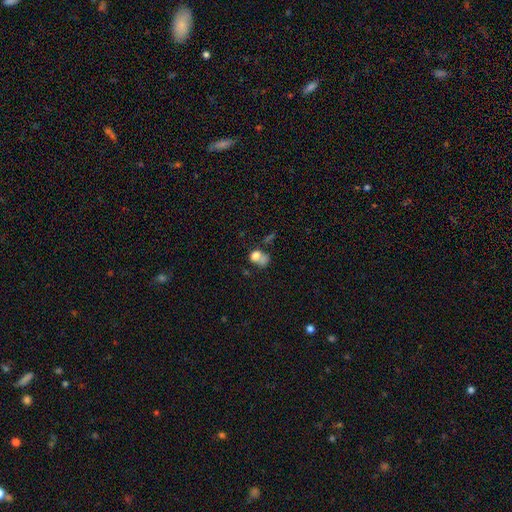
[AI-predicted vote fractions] Smooth or featured?
  - smooth: 69% *
  - featured or disk: 18%
  - star or artifact: 13%
How rounded?
  - in between: 52% *
  - round: 47%
  - cigar-shaped: 1%
Merging?
  - merger: 35% *
  - none: 25%
  - major disturbance: 24%
  - minor disturbance: 16%